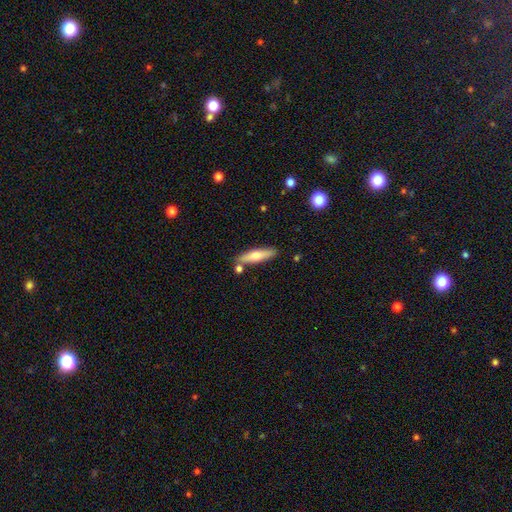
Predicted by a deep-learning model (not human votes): smooth-or-featured: smooth: 61% | featured or disk: 33% | star or artifact: 6%
  how-rounded: cigar-shaped: 74% | in between: 24% | round: 2%
  merging: none: 78% | minor disturbance: 11% | merger: 8% | major disturbance: 2%